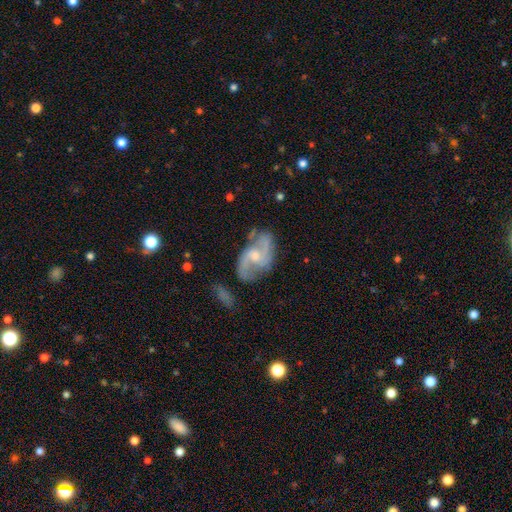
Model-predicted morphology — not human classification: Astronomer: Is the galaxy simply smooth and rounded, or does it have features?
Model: featured or disk — 83%.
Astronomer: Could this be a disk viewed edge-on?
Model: no — 97%.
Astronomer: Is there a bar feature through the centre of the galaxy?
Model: no — 51% (runner-up: weak, 41%).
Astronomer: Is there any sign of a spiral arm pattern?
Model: yes — 94%.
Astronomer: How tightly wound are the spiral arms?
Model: medium — 46% (runner-up: loose, 41%).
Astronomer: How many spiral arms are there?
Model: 2 — 86%.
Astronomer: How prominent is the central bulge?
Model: small — 47% (runner-up: moderate, 45%).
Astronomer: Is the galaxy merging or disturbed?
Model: none — 63%.